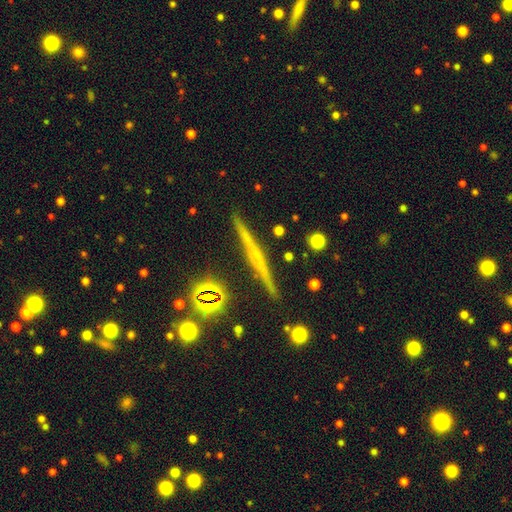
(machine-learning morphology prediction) A featured or disk galaxy (64%) viewed edge-on (98%) with no central bulge (63%). Merging: none (90%).